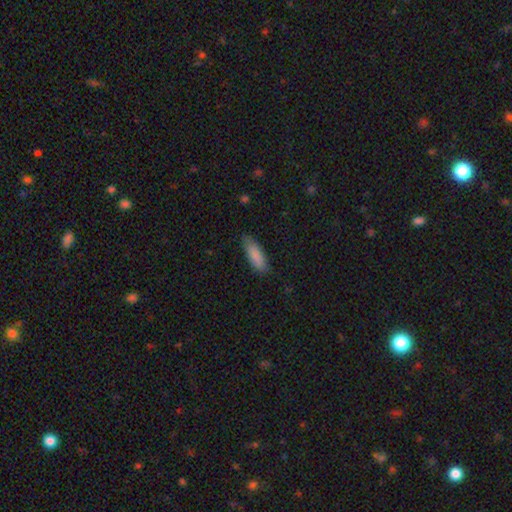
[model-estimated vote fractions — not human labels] Morphology: type=smooth (87%); roundness=in between (58%); merging=none (77%).